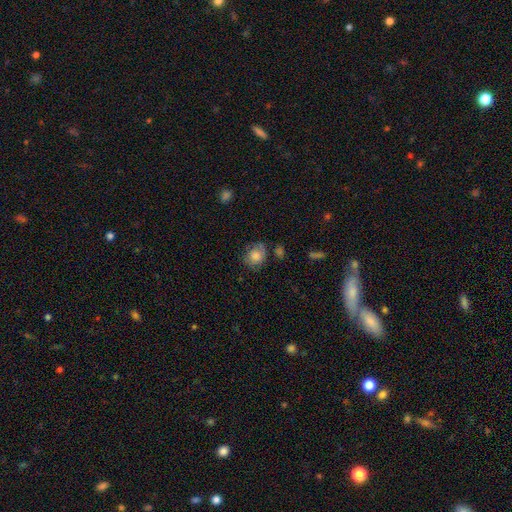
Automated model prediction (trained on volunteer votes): Overall: smooth (68%). How rounded: round (68%; in between 31%). Merging: none (64%).